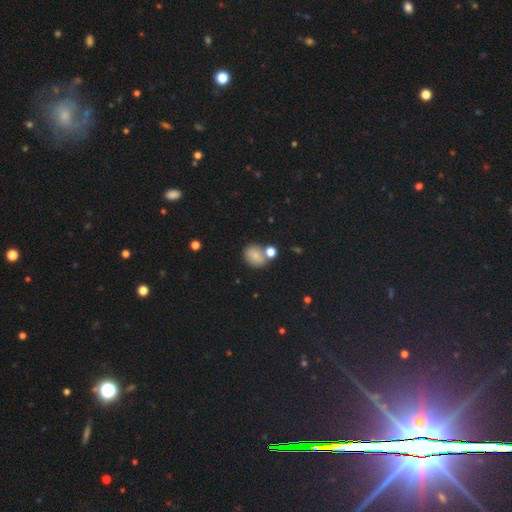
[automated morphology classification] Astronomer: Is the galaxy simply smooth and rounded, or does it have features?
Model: smooth — 78%.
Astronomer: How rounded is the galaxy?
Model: round — 54% (runner-up: in between, 44%).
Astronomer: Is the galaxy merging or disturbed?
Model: none — 57%.